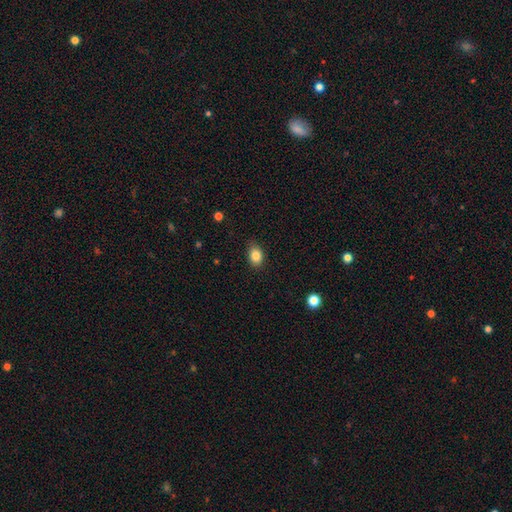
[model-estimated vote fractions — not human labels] smooth 85%, star or artifact 9%, featured or disk 6%. Down the decision tree: how rounded — in between (72%); merging — none (82%).